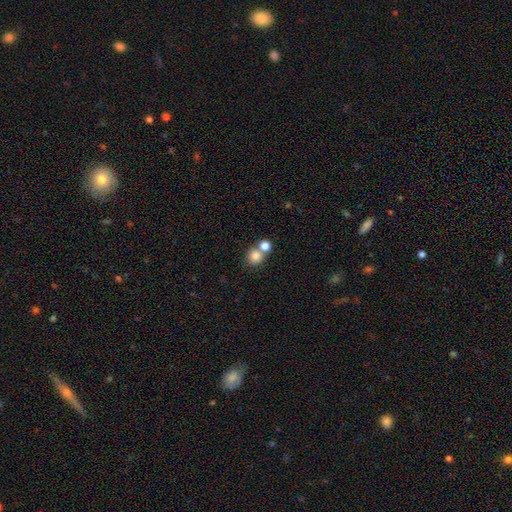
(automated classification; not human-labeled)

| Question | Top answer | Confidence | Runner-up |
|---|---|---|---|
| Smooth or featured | smooth | 82% | star or artifact (11%) |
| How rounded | round | 87% | in between (12%) |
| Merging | none | 54% | merger (36%) |